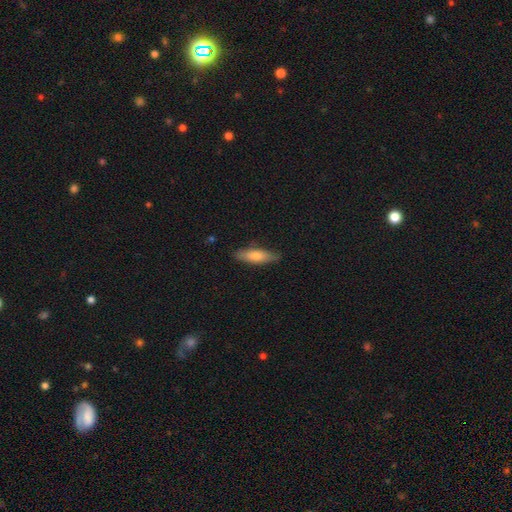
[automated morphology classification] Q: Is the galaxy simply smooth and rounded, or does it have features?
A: smooth — 67%.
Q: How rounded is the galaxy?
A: cigar-shaped — 64%.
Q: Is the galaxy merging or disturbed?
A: none — 84%.